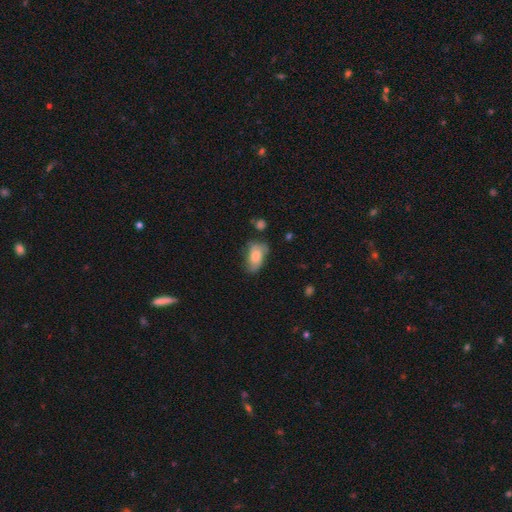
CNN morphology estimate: A smooth galaxy with no disk features (69%) that is in between round and cigar-shaped (90%).

Vote fractions:
- Smooth or featured? smooth: 69% / featured or disk: 23% / star or artifact: 8%
- How rounded? in between: 90% / round: 8% / cigar-shaped: 3%
- Merging? none: 47% / minor disturbance: 33% / major disturbance: 15% / merger: 4%